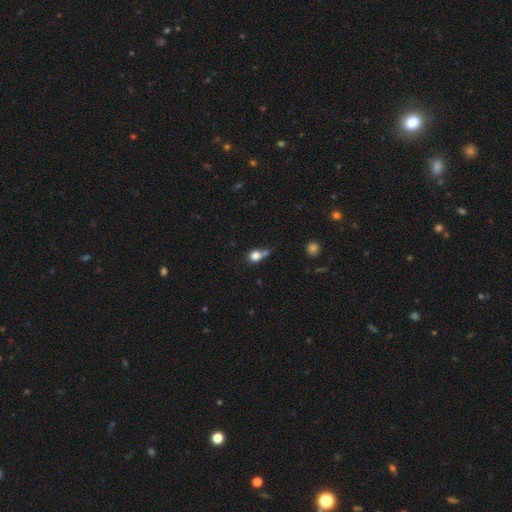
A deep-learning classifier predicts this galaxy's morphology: This is likely a smooth galaxy (77%). How rounded: likely round (72%). Merging: marginally none (41%).